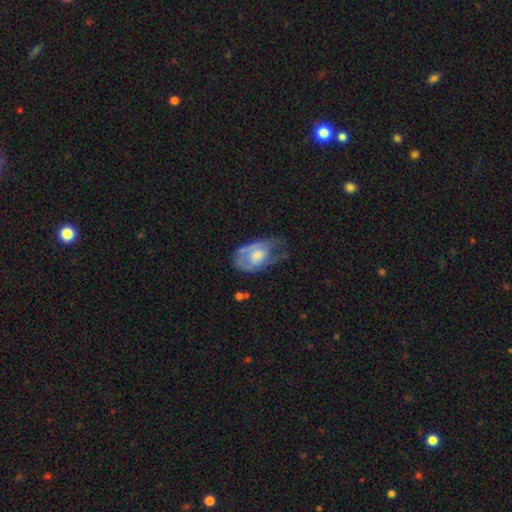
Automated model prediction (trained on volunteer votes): smooth_or_featured: featured or disk (p=0.50) [alt: smooth p=0.43]
disk_edge_on: no (p=0.94) [alt: yes p=0.06]
merging: minor disturbance (p=0.35) [alt: none p=0.32]